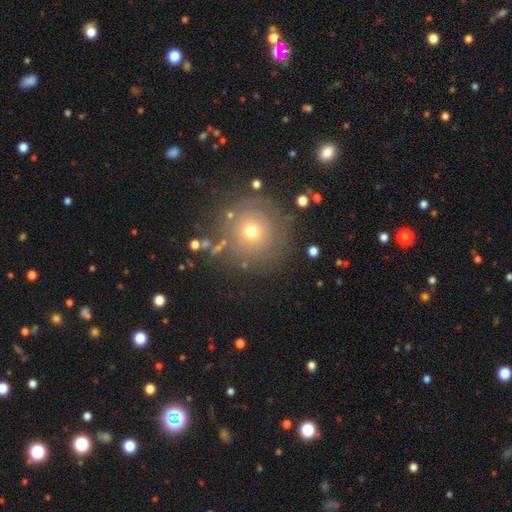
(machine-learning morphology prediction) smooth-or-featured: smooth: 49% | star or artifact: 36% | featured or disk: 15%
  merging: none: 84% | minor disturbance: 8% | merger: 4% | major disturbance: 4%